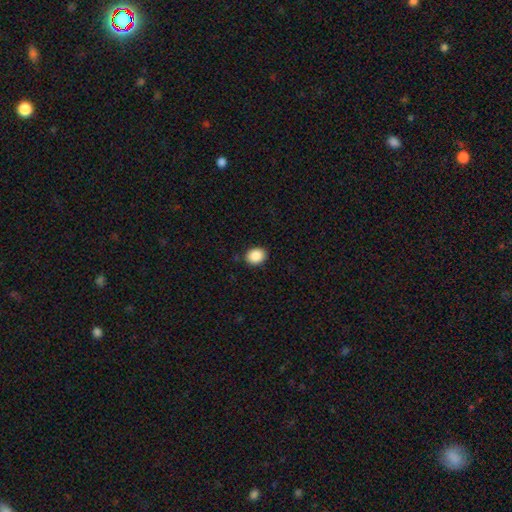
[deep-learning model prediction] Smooth or featured? Predicted: smooth (p=0.89). How rounded? Predicted: round (p=0.53). Merging? Predicted: none (p=0.88).